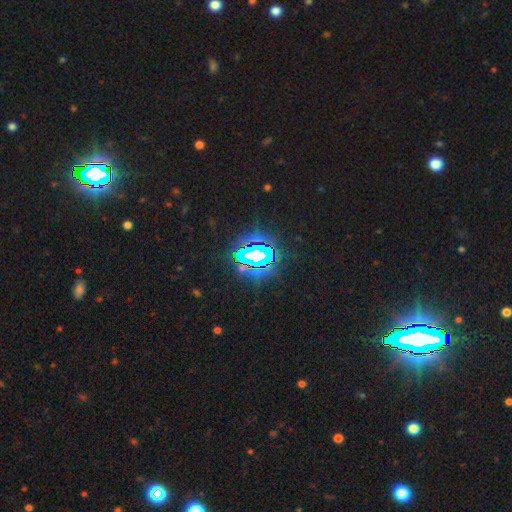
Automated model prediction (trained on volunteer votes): Q: Smooth or featured?
A: star or artifact (69%); runner-up: smooth (16%)